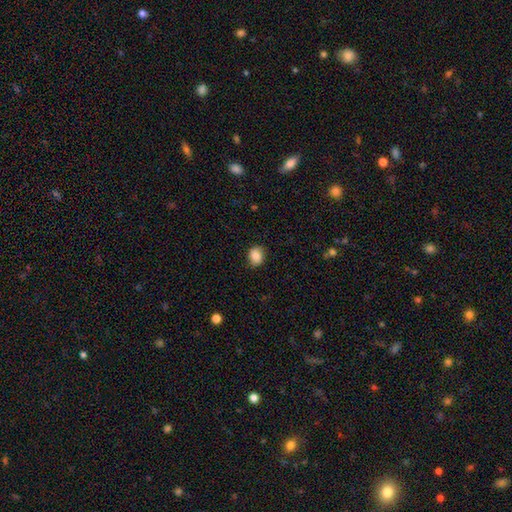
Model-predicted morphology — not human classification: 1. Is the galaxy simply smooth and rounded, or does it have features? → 87% smooth, 8% star or artifact, 4% featured or disk.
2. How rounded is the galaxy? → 52% round, 47% in between, 1% cigar-shaped.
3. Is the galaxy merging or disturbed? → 83% none, 13% minor disturbance, 3% major disturbance, 1% merger.